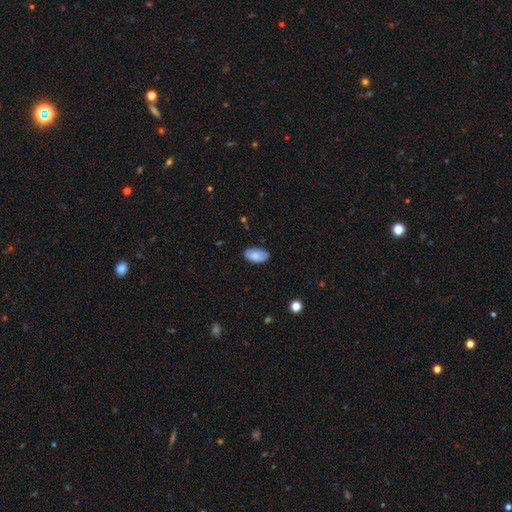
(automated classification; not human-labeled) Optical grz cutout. It shows a smooth galaxy with no disk features (80%) that is in between round and cigar-shaped (95%). Merging: none (80%).